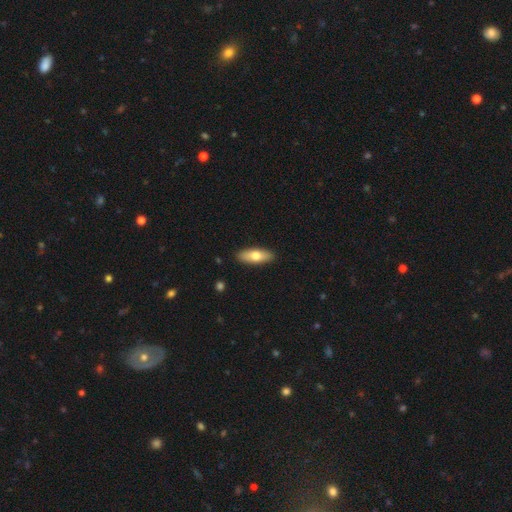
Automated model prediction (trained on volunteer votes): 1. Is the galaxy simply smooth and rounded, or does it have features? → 68% smooth, 26% featured or disk, 6% star or artifact.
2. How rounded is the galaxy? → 66% in between, 31% cigar-shaped, 3% round.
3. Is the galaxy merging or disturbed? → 90% none, 8% minor disturbance, 2% major disturbance, 1% merger.